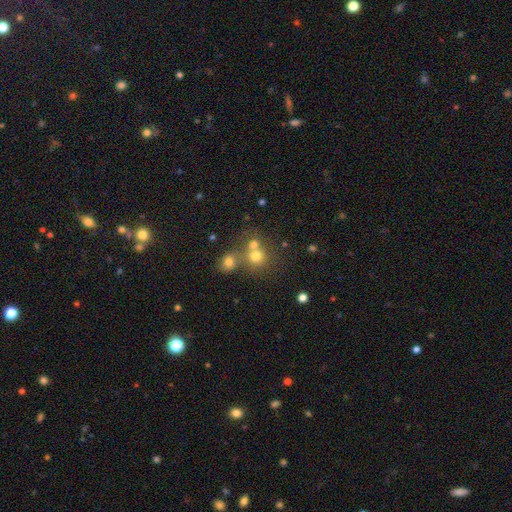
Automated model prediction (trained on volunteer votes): Overall: smooth (72%). How rounded: round (85%). Merging: none (47%; merger 42%).